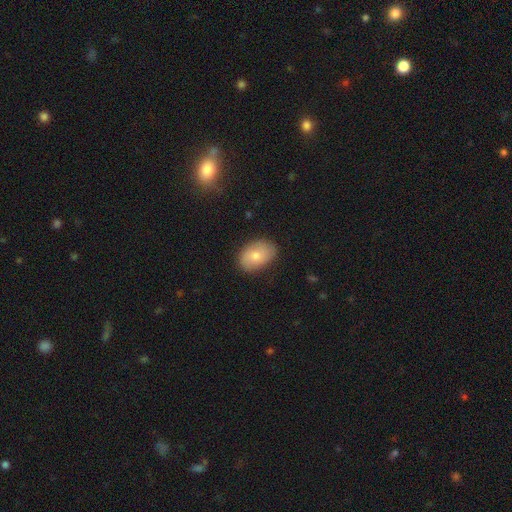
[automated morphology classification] Smooth or featured? smooth (75%)
How rounded? in between (84%)
Merging? none (82%)